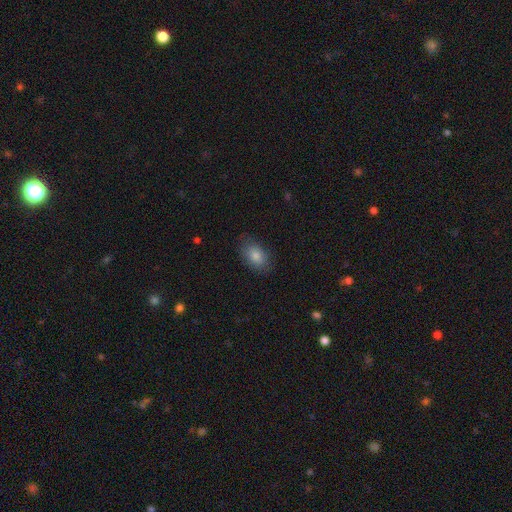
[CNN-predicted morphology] Smooth or featured: smooth — 84% (featured or disk — 9%)
How rounded: in between — 89% (round — 10%)
Merging: none — 80% (minor disturbance — 15%)